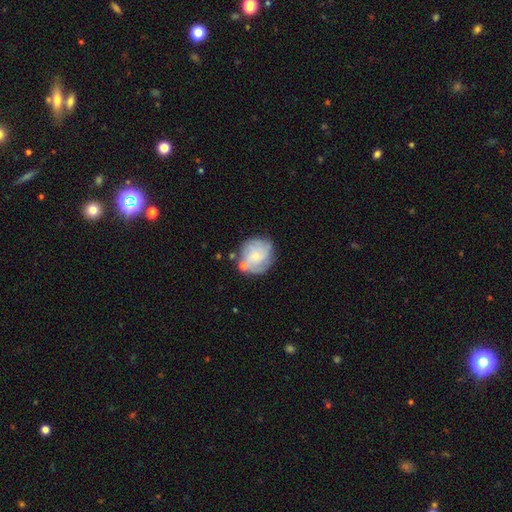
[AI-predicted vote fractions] featured or disk 56%, smooth 36%, star or artifact 8%. Down the decision tree: edge-on disk — no (98%); bar — no (76%); spiral arms — yes (81%); bulge size — small (70%); merging — none (66%).